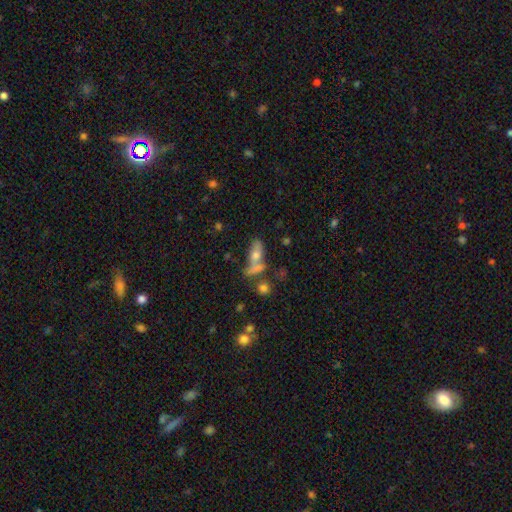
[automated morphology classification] type=smooth (56%); roundness=in between (66%); merging=none (38%).